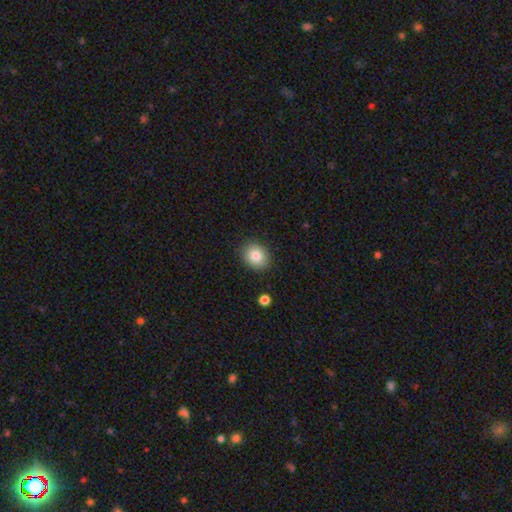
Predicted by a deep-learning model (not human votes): The model was most divided on "how rounded": round: 58%, in between: 41%, cigar-shaped: 1%. More confident: merging — none (88%); smooth or featured — smooth (83%).